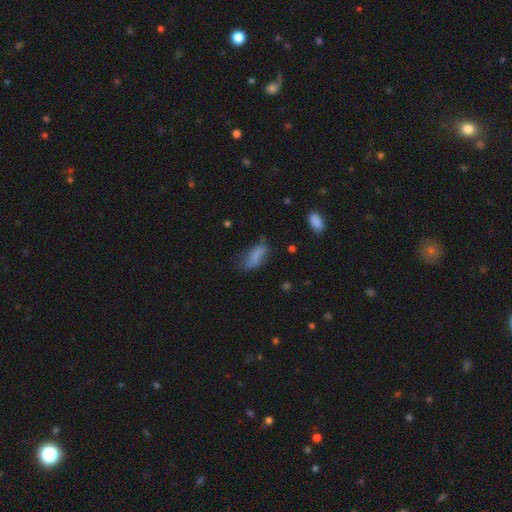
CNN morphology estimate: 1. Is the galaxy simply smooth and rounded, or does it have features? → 77% smooth, 13% featured or disk, 10% star or artifact.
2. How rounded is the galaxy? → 80% in between, 17% cigar-shaped, 3% round.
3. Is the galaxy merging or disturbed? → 46% none, 33% minor disturbance, 17% major disturbance, 4% merger.